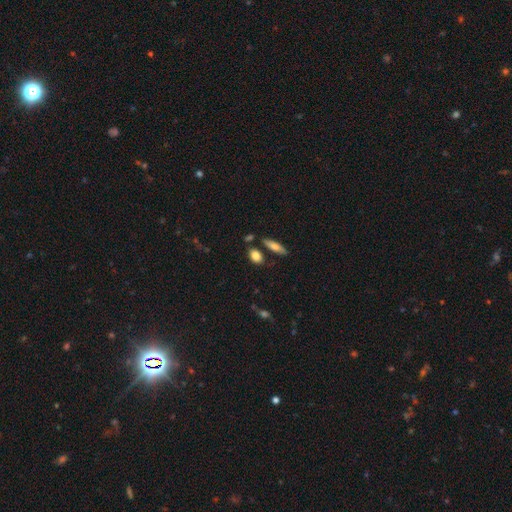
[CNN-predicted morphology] smooth 83%, featured or disk 9%, star or artifact 8%. Down the decision tree: how rounded — in between (76%); merging — none (74%).